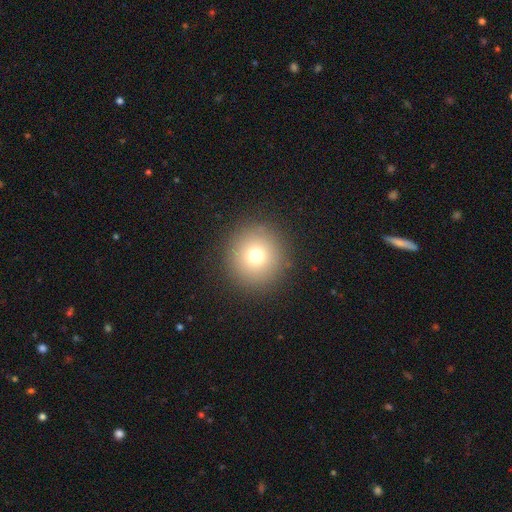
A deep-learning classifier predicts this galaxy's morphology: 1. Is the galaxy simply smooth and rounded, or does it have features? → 75% smooth, 14% star or artifact, 11% featured or disk.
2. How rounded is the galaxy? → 94% round, 5% in between, 1% cigar-shaped.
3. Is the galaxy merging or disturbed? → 91% none, 6% minor disturbance, 3% major disturbance, 1% merger.